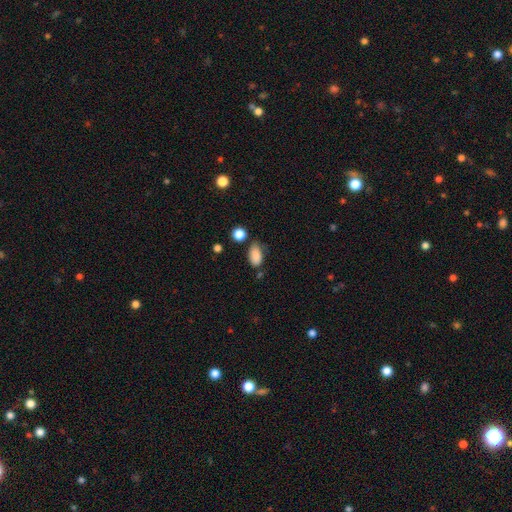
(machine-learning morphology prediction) smooth-or-featured: smooth: 86% | star or artifact: 9% | featured or disk: 5%
  how-rounded: in between: 91% | round: 7% | cigar-shaped: 3%
  merging: none: 60% | minor disturbance: 28% | major disturbance: 7% | merger: 5%